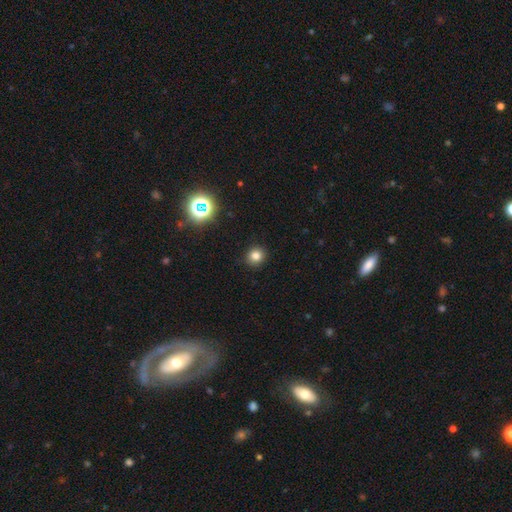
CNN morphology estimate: Q: Smooth or featured?
A: smooth (80%); runner-up: star or artifact (15%)
Q: How rounded?
A: round (85%); runner-up: in between (14%)
Q: Merging?
A: none (91%); runner-up: minor disturbance (6%)